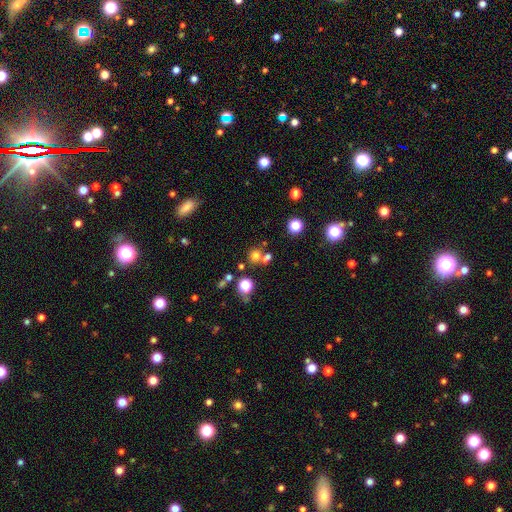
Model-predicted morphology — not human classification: Q: Smooth or featured?
A: smooth (68%); runner-up: star or artifact (21%)
Q: How rounded?
A: round (84%); runner-up: in between (15%)
Q: Merging?
A: none (57%); runner-up: merger (31%)